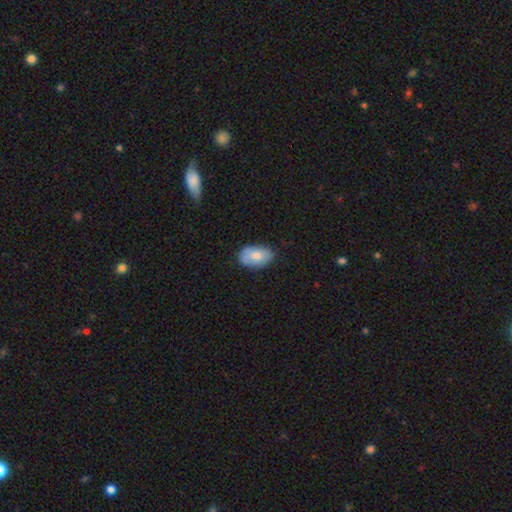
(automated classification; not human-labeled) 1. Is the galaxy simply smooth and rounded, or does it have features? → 76% smooth, 17% featured or disk, 6% star or artifact.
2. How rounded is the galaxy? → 92% in between, 7% round, 1% cigar-shaped.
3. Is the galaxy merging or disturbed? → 74% none, 21% minor disturbance, 4% major disturbance, 1% merger.